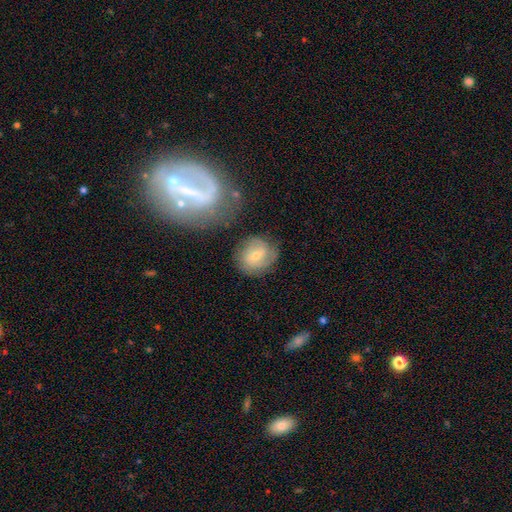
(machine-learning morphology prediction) A smooth galaxy with no disk features (49%).

Vote fractions:
- Smooth or featured? smooth: 49% / featured or disk: 43% / star or artifact: 8%
- Merging? none: 65% / minor disturbance: 19% / major disturbance: 8% / merger: 7%